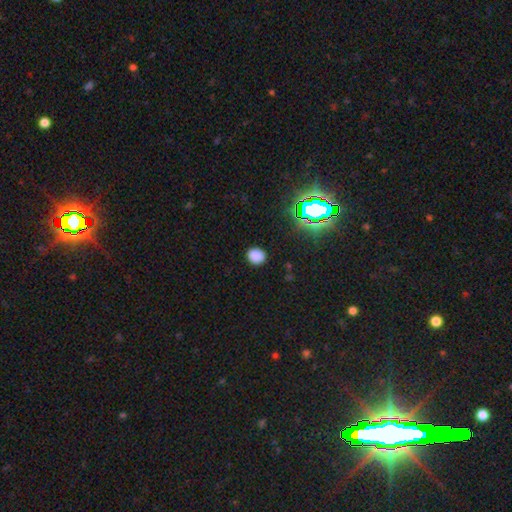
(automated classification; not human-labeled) This is likely a smooth galaxy (80%). How rounded: likely round (68%). Merging: clearly none (88%).